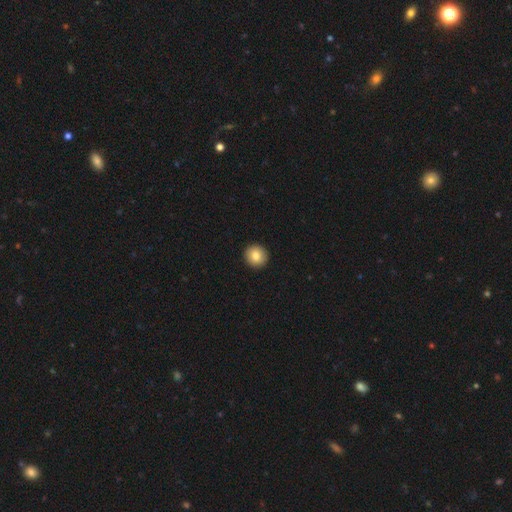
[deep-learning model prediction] Smooth or featured? Predicted: smooth (p=0.82). How rounded? Predicted: round (p=0.93). Merging? Predicted: none (p=0.93).